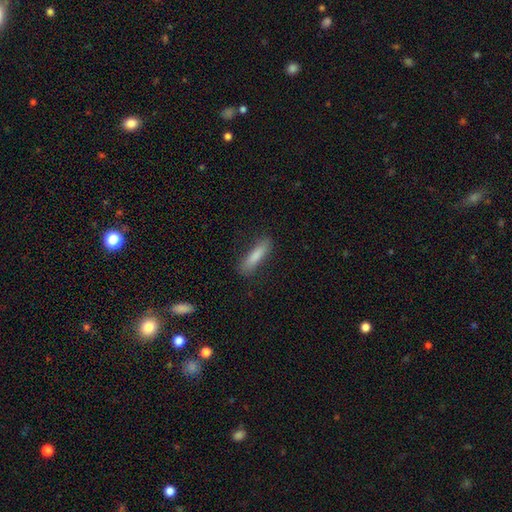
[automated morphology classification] Smooth or featured?
  - smooth: 81% *
  - featured or disk: 12%
  - star or artifact: 7%
How rounded?
  - cigar-shaped: 80% *
  - in between: 19%
  - round: 1%
Merging?
  - none: 84% *
  - minor disturbance: 12%
  - major disturbance: 3%
  - merger: 1%